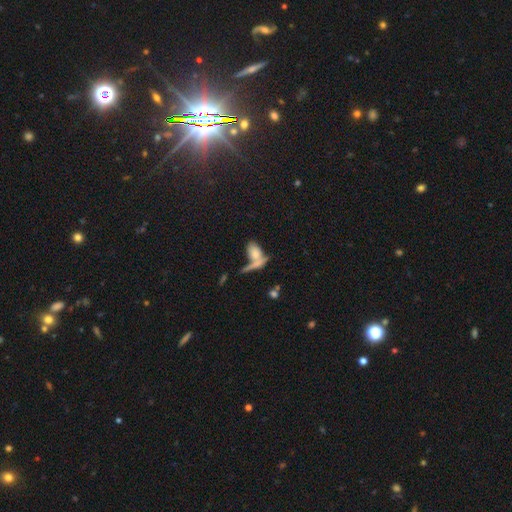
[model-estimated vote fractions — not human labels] A smooth galaxy with no disk features (70%) that is in between round and cigar-shaped (76%).

Vote fractions:
- Smooth or featured? smooth: 70% / featured or disk: 19% / star or artifact: 10%
- How rounded? in between: 76% / cigar-shaped: 13% / round: 10%
- Merging? merger: 46% / none: 34% / minor disturbance: 11% / major disturbance: 9%